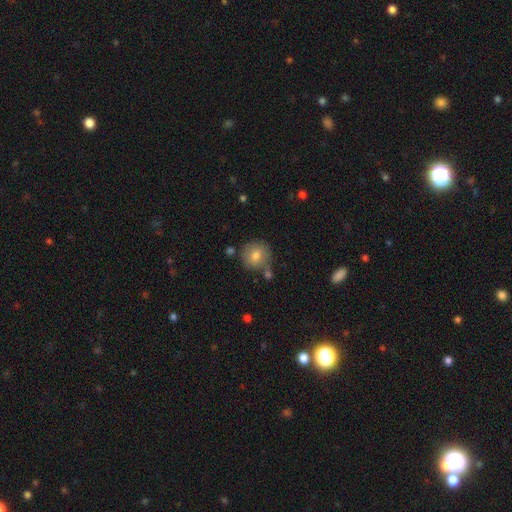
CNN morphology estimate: Overall: smooth (77%). How rounded: round (91%). Merging: none (70%).